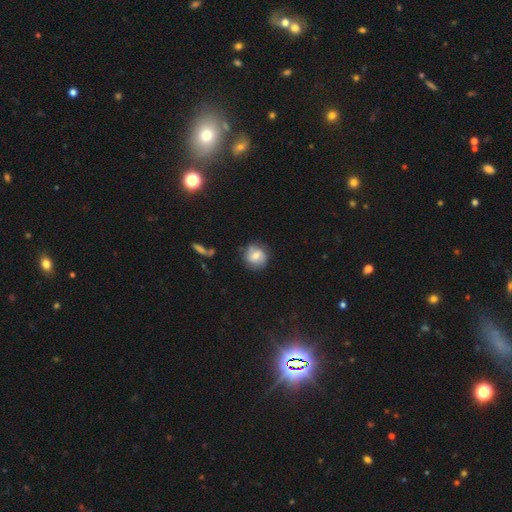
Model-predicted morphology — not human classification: smooth-or-featured: smooth: 56% | featured or disk: 35% | star or artifact: 9%
  how-rounded: round: 85% | in between: 14% | cigar-shaped: 1%
  merging: none: 76% | minor disturbance: 17% | major disturbance: 4% | merger: 3%